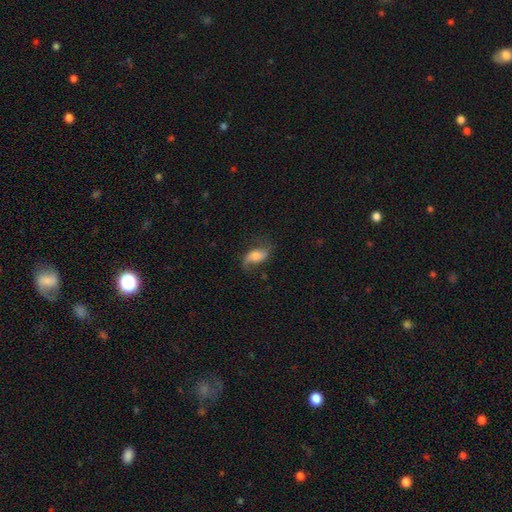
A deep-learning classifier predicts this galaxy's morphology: This is possibly a featured or disk galaxy (53%). It is clearly not viewed edge-on (92%). Merging: likely none (62%).